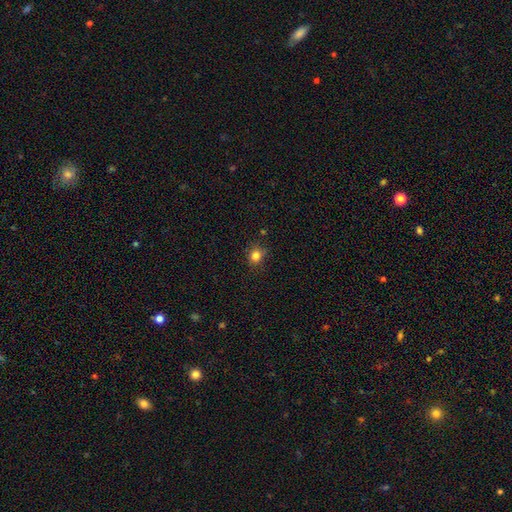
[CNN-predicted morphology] smooth-or-featured: smooth: 82% | star or artifact: 13% | featured or disk: 5%
  how-rounded: round: 81% | in between: 18% | cigar-shaped: 1%
  merging: none: 82% | minor disturbance: 13% | major disturbance: 3% | merger: 2%